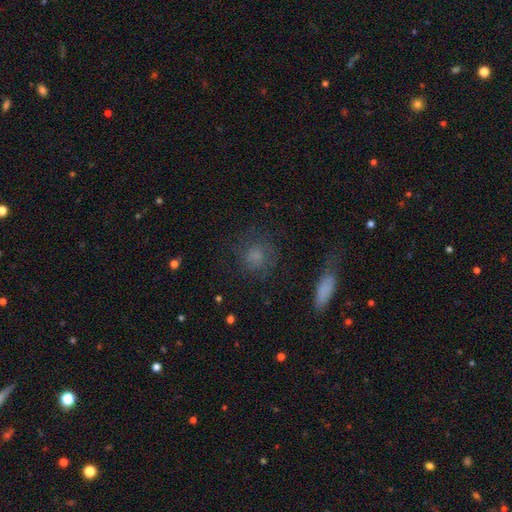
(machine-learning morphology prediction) A smooth galaxy with no disk features (60%) that is round (80%).

Vote fractions:
- Smooth or featured? smooth: 60% / featured or disk: 23% / star or artifact: 16%
- How rounded? round: 80% / in between: 17% / cigar-shaped: 2%
- Merging? none: 68% / minor disturbance: 16% / major disturbance: 13% / merger: 3%